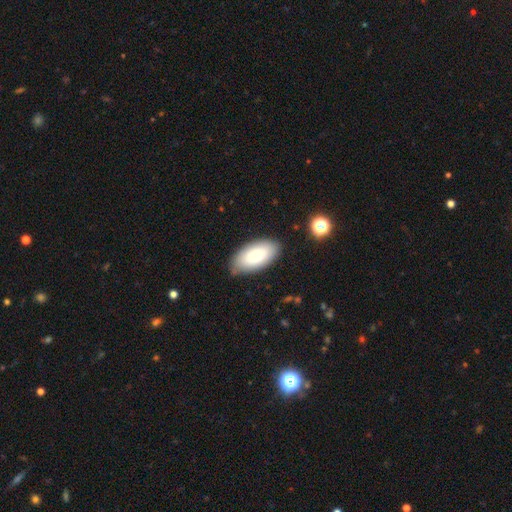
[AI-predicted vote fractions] Overall: smooth (77%). How rounded: in between (94%). Merging: none (82%).